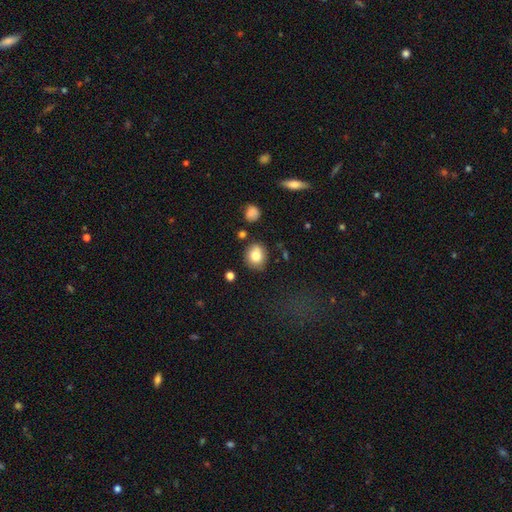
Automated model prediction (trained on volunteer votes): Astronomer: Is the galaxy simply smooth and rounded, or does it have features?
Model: smooth — 81%.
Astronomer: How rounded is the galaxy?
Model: round — 70%.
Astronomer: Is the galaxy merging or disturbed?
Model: none — 80%.